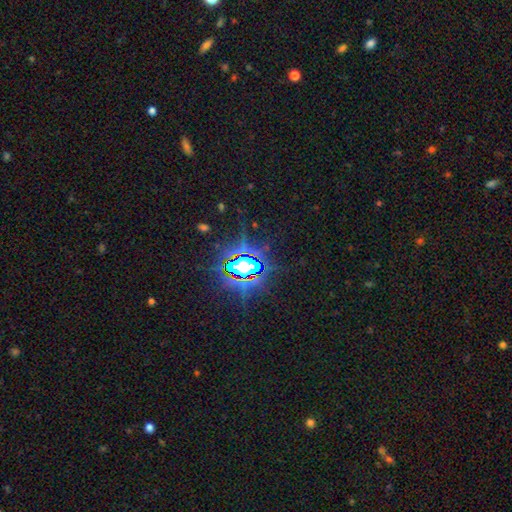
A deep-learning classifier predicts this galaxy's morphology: Q: Smooth or featured?
A: star or artifact (84%); runner-up: smooth (9%)